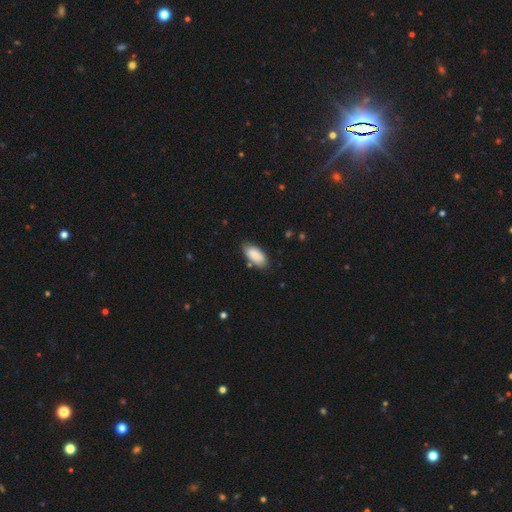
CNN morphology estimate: Q: Smooth or featured?
A: smooth (89%); runner-up: star or artifact (6%)
Q: How rounded?
A: in between (90%); runner-up: cigar-shaped (8%)
Q: Merging?
A: none (78%); runner-up: minor disturbance (16%)